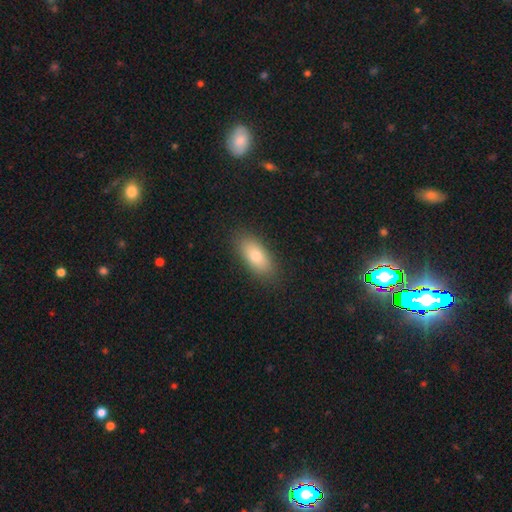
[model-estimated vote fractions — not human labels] Smooth or featured: smooth — 77% (featured or disk — 15%)
How rounded: in between — 84% (cigar-shaped — 12%)
Merging: none — 86% (minor disturbance — 10%)